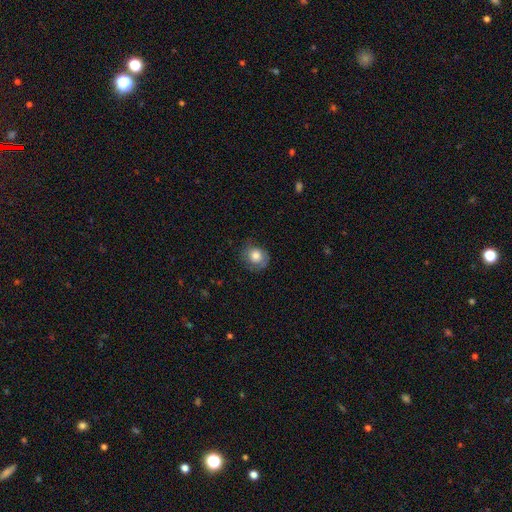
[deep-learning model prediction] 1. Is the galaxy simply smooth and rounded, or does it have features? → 75% smooth, 17% featured or disk, 8% star or artifact.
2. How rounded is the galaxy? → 79% round, 20% in between, 1% cigar-shaped.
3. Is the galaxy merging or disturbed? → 69% none, 22% minor disturbance, 8% major disturbance, 1% merger.